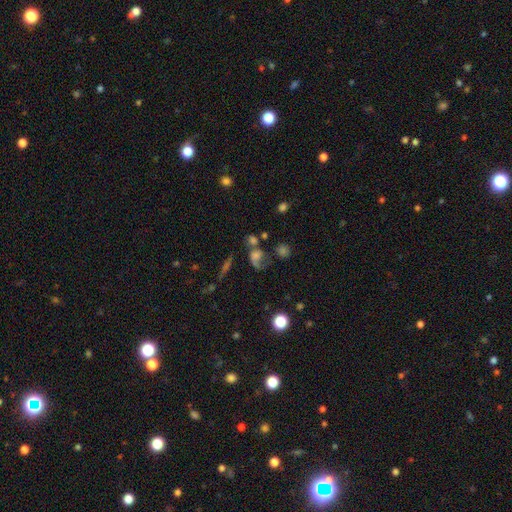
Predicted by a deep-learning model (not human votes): Morphology: type=smooth (47%); merging=none (34%).